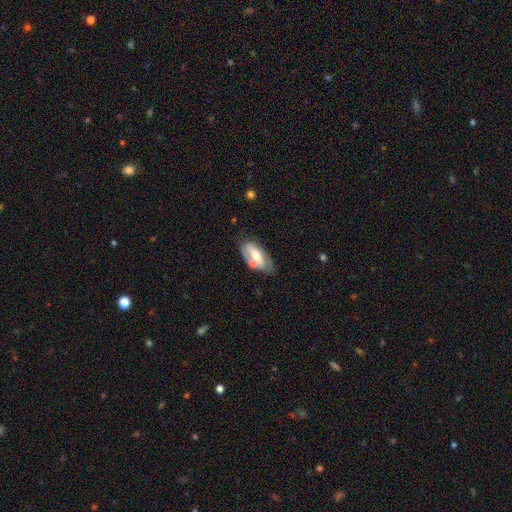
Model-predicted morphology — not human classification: smooth-or-featured: featured or disk: 58% | smooth: 35% | star or artifact: 6%
  disk-edge-on: no: 86% | yes: 14%
    bar: strong: 34% (tied) | no: 34% (tied) | weak: 32%
    has-spiral-arms: yes: 59% | no: 41%
    bulge-size: moderate: 60% | small: 30% | large: 6% | none: 2% | dominant: 1%
  merging: none: 56% | minor disturbance: 22% | merger: 15% | major disturbance: 8%